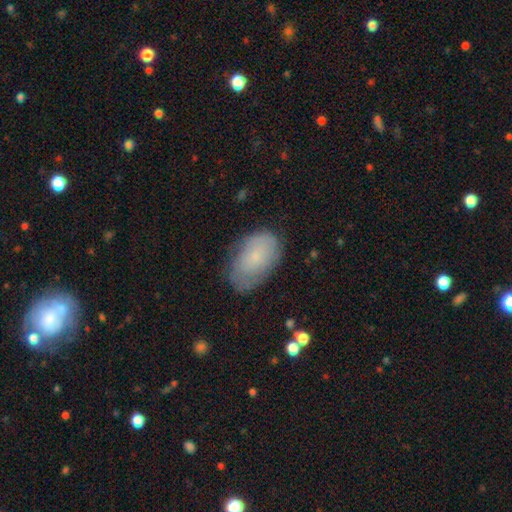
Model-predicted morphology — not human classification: Smooth or featured? Predicted: smooth (p=0.65). How rounded? Predicted: in between (p=0.91). Merging? Predicted: none (p=0.68).